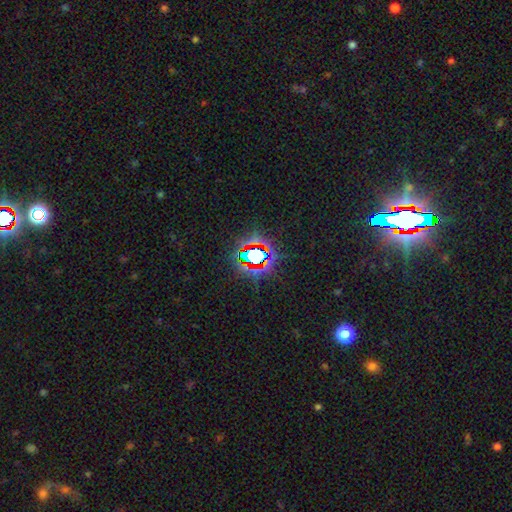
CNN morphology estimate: Overall: star or artifact (76%).